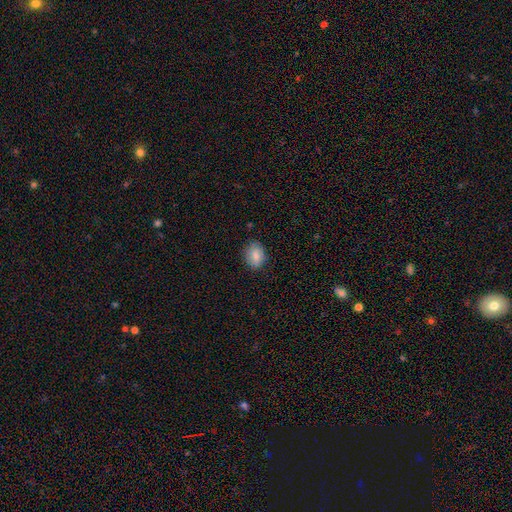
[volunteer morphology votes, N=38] smooth 89%, featured or disk 8%, star or artifact 3%. Down the decision tree: how rounded — round (62%); merging — none (76%).